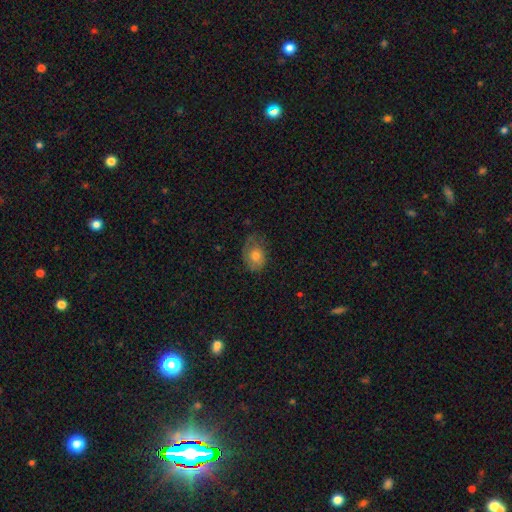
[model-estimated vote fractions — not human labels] Smooth or featured? Predicted: smooth (p=0.65). How rounded? Predicted: in between (p=0.66). Merging? Predicted: none (p=0.51).